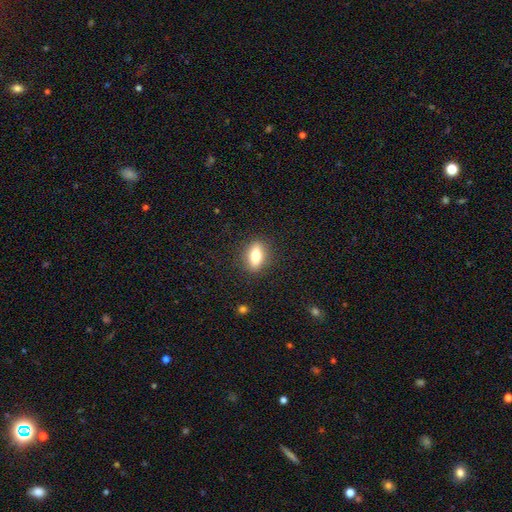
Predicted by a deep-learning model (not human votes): This appears to be a smooth galaxy with no disk features (74%) that is in between round and cigar-shaped (78%). Merging: none (87%).